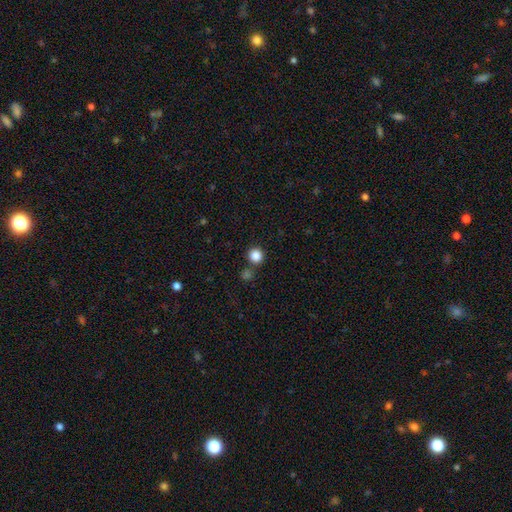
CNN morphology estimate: smooth 85%, star or artifact 12%, featured or disk 4%. Down the decision tree: how rounded — round (94%); merging — none (82%).